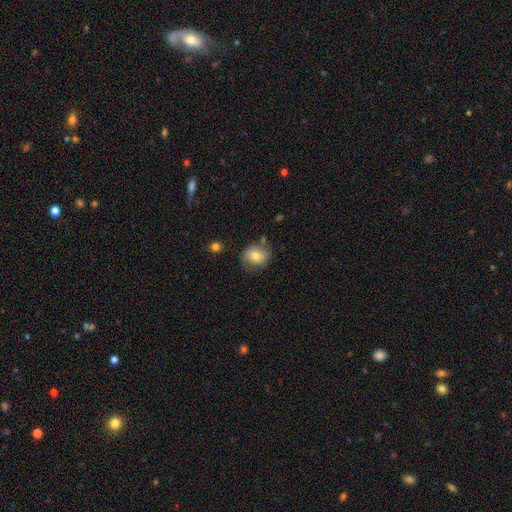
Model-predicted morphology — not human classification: smooth 67%, featured or disk 25%, star or artifact 9%. Down the decision tree: how rounded — round (64%); merging — none (67%).